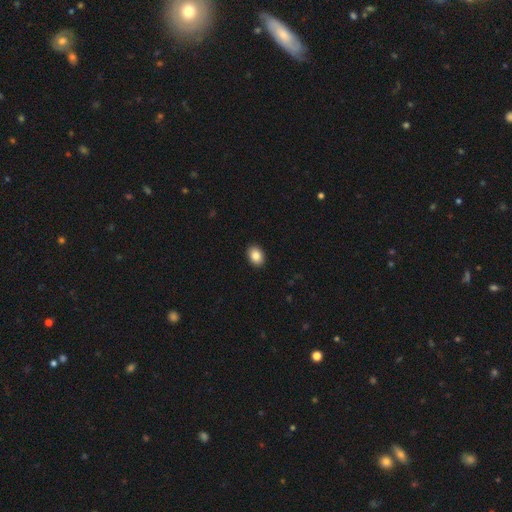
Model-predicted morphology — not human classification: This appears to be a smooth galaxy with no disk features (86%) that is in between round and cigar-shaped (74%). Merging: none (91%).